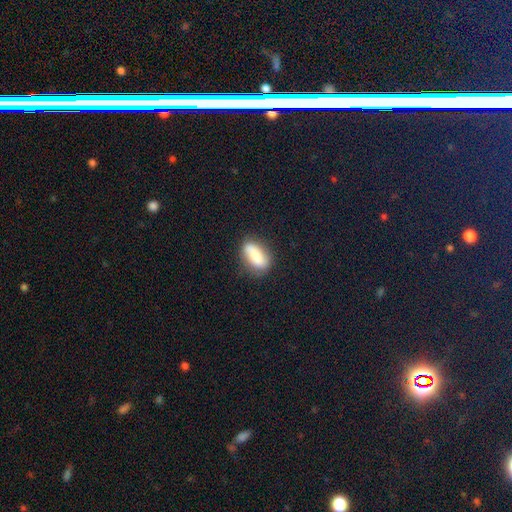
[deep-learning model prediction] This is likely a smooth galaxy (70%). How rounded: clearly in between (83%). Merging: likely none (75%).